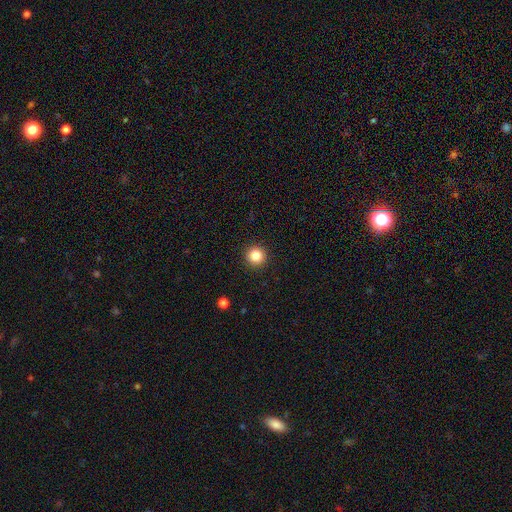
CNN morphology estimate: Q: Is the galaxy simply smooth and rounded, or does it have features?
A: smooth — 85%.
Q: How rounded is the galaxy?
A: round — 96%.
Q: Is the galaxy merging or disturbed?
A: none — 93%.